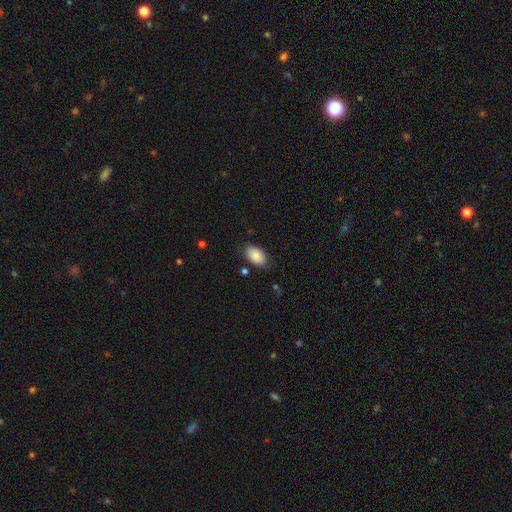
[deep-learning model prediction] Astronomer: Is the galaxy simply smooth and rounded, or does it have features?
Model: smooth — 86%.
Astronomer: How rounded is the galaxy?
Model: in between — 93%.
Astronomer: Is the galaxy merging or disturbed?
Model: none — 83%.